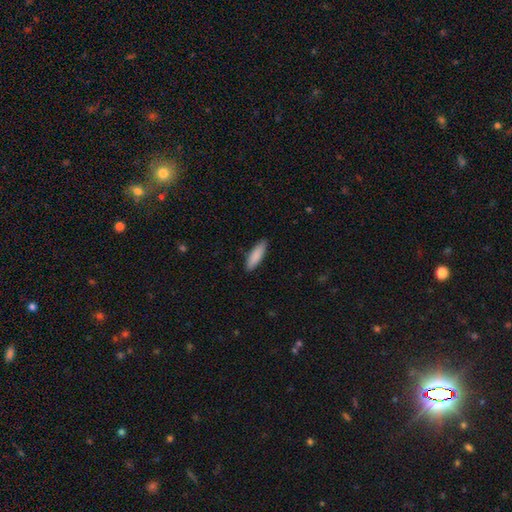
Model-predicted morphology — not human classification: This is clearly a smooth galaxy (88%). How rounded: possibly cigar-shaped (59%). Merging: clearly none (89%).